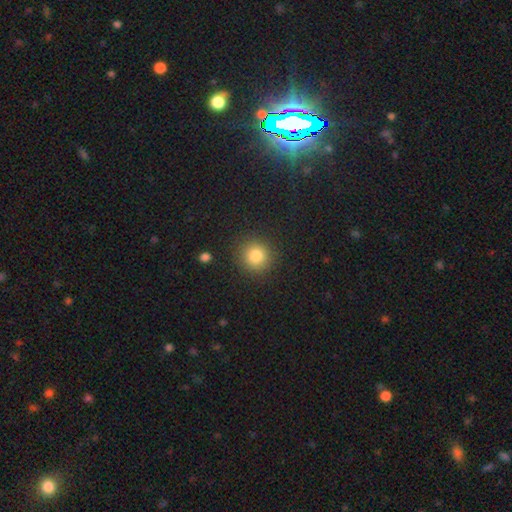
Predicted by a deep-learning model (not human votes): Q: Smooth or featured?
A: smooth (82%); runner-up: star or artifact (12%)
Q: How rounded?
A: round (92%); runner-up: in between (7%)
Q: Merging?
A: none (89%); runner-up: minor disturbance (7%)